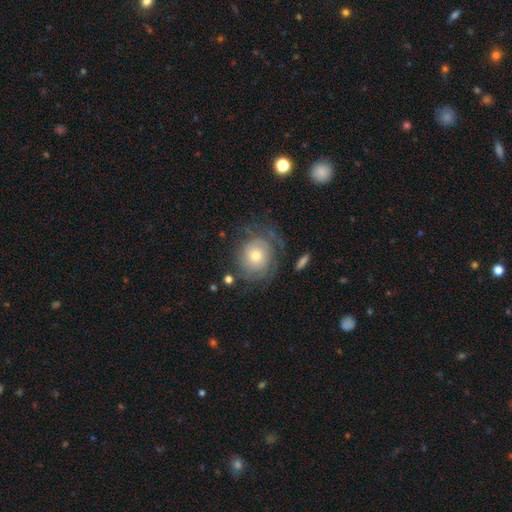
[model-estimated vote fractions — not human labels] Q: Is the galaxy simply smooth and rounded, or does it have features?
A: featured or disk — 61%.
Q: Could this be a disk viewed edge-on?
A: no — 96%.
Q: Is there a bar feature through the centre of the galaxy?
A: no — 82%.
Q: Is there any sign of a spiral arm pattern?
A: yes — 79%.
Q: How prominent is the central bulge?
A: moderate — 56%.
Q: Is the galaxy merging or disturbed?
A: none — 62%.